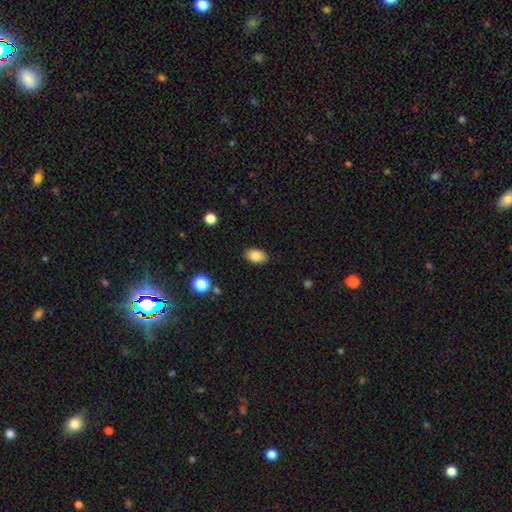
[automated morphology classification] This appears to be a smooth galaxy with no disk features (84%) that is in between round and cigar-shaped (88%). Merging: none (87%).